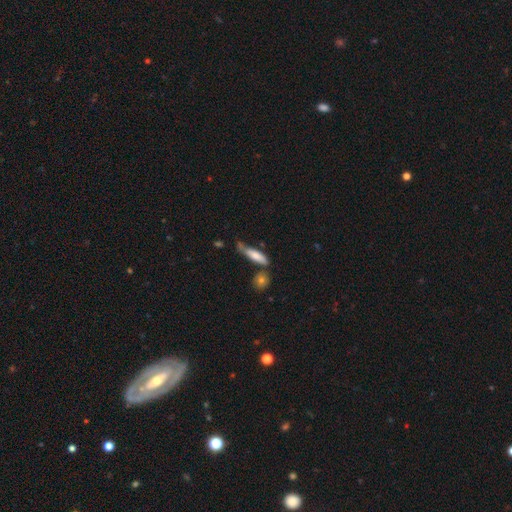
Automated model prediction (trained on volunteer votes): This is likely a smooth galaxy (69%). How rounded: likely cigar-shaped (70%). Merging: possibly none (48%).